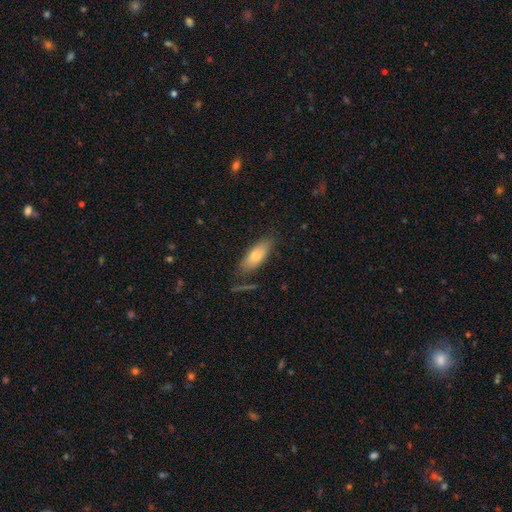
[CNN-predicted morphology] type=smooth (74%); roundness=in between (68%); merging=none (77%).